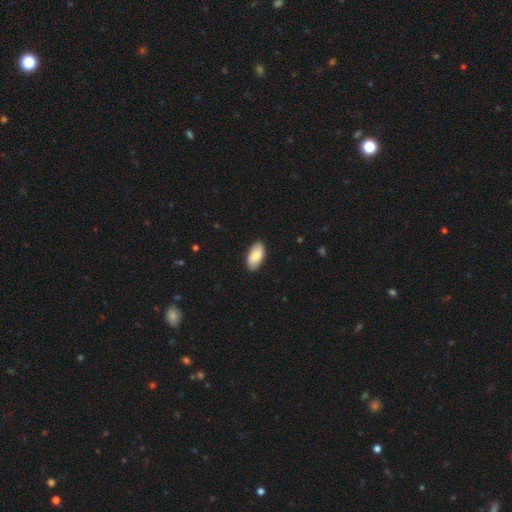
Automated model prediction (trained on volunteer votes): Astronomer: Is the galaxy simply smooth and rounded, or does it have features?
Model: smooth — 78%.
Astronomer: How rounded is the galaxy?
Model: in between — 94%.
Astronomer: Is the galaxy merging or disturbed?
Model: none — 87%.